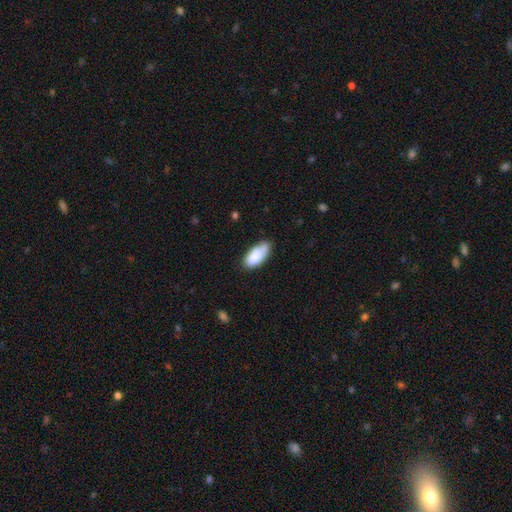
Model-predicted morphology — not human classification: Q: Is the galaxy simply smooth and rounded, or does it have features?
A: smooth — 74%.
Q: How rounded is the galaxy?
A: in between — 89%.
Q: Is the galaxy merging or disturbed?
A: none — 56%.